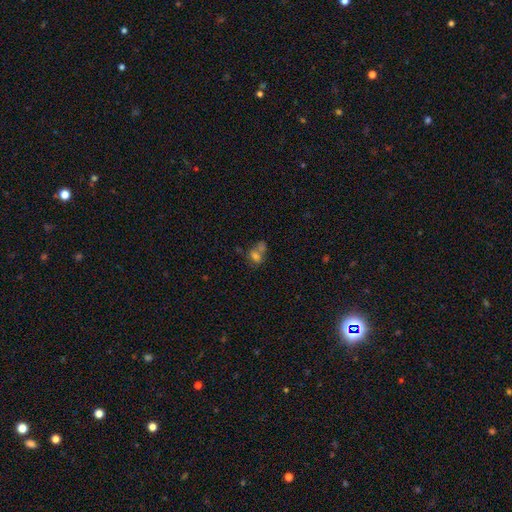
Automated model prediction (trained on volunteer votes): Smooth or featured: smooth — 61% (star or artifact — 20%)
How rounded: in between — 61% (round — 37%)
Merging: merger — 48% (none — 30%)